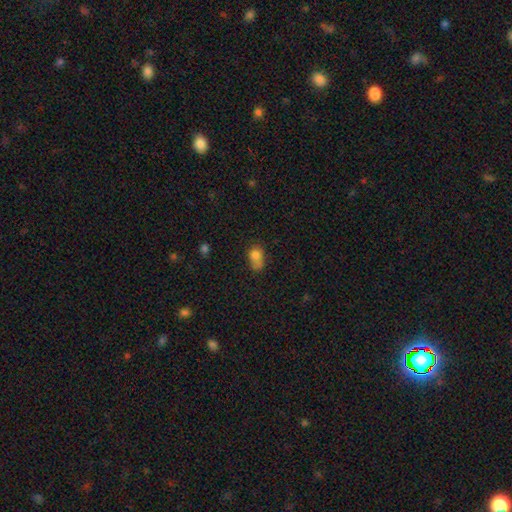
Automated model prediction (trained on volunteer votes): This is likely a smooth galaxy (77%). How rounded: possibly in between (55%). Merging: marginally none (36%).